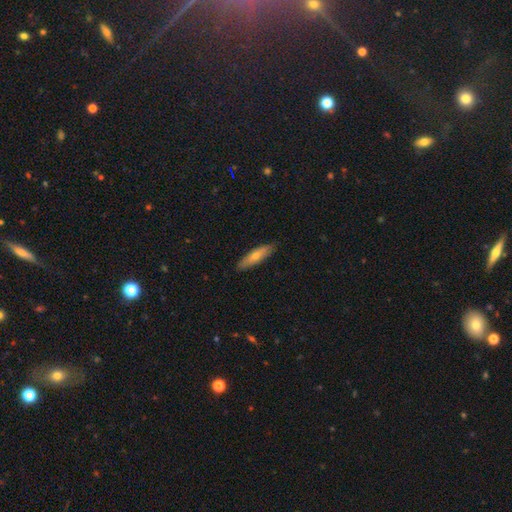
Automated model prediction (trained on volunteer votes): smooth 56%, featured or disk 38%, star or artifact 6%. Down the decision tree: how rounded — cigar-shaped (73%); merging — none (88%).